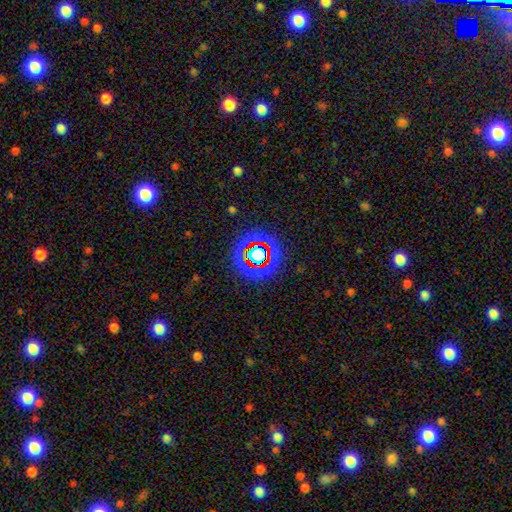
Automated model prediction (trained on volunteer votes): The model was most divided on "smooth or featured": star or artifact: 71%, smooth: 16%, featured or disk: 13%.